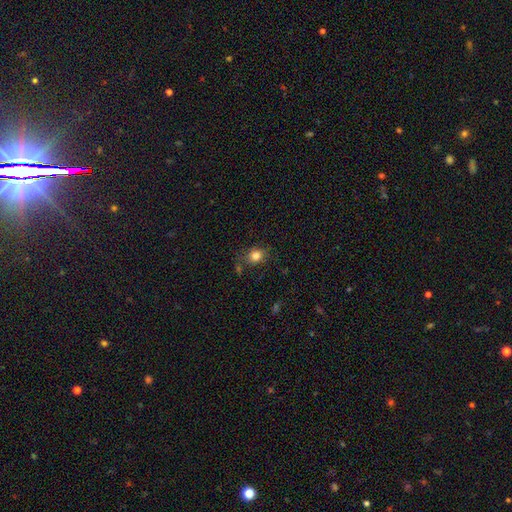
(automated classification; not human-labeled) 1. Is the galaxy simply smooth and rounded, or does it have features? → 82% smooth, 11% star or artifact, 7% featured or disk.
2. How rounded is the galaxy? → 59% round, 40% in between, 1% cigar-shaped.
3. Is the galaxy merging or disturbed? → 71% none, 18% minor disturbance, 6% major disturbance, 5% merger.